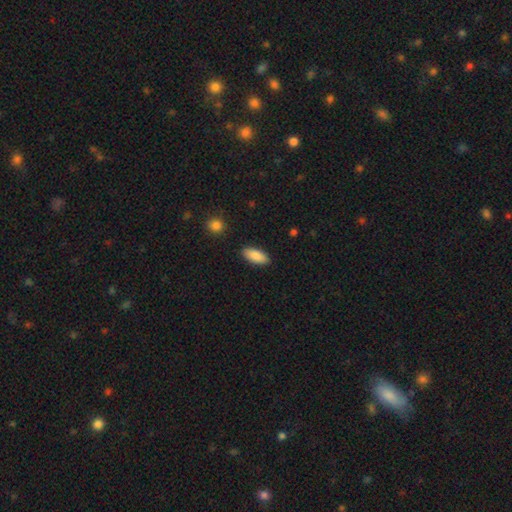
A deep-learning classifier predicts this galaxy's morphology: Smooth or featured? Predicted: smooth (p=0.88). How rounded? Predicted: in between (p=0.85). Merging? Predicted: none (p=0.88).